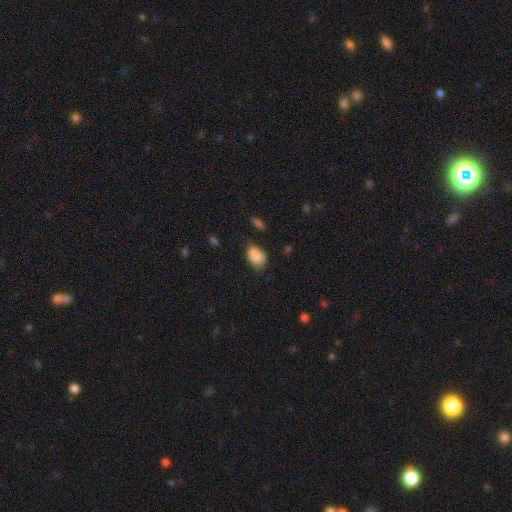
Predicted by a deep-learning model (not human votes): smooth-or-featured: smooth: 80% | featured or disk: 10% | star or artifact: 10%
  how-rounded: in between: 77% | round: 21% | cigar-shaped: 2%
  merging: none: 46% | minor disturbance: 31% | merger: 13% | major disturbance: 10%